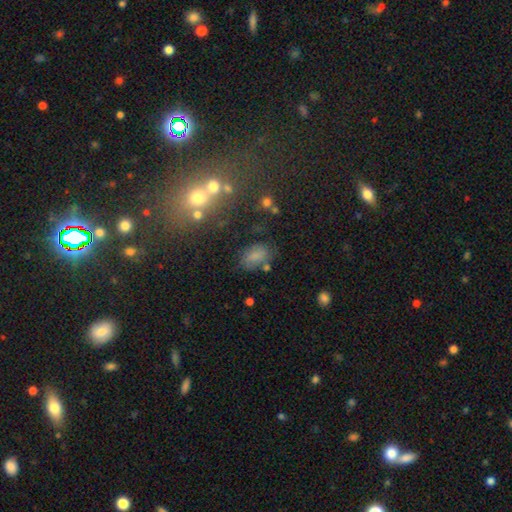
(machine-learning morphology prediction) Q: Smooth or featured?
A: smooth (72%); runner-up: star or artifact (16%)
Q: How rounded?
A: in between (88%); runner-up: round (10%)
Q: Merging?
A: none (66%); runner-up: minor disturbance (19%)